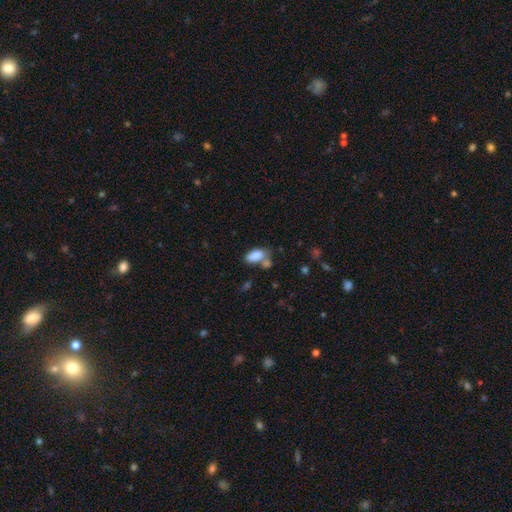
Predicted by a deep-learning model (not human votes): Smooth or featured: smooth — 84% (star or artifact — 9%)
How rounded: in between — 92% (round — 5%)
Merging: none — 47% (merger — 30%)